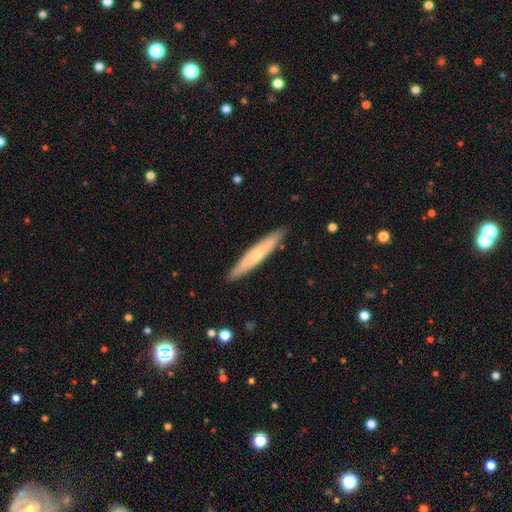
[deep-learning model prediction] Q: Smooth or featured?
A: smooth (51%); runner-up: featured or disk (44%)
Q: How rounded?
A: cigar-shaped (93%); runner-up: in between (6%)
Q: Merging?
A: none (90%); runner-up: minor disturbance (8%)